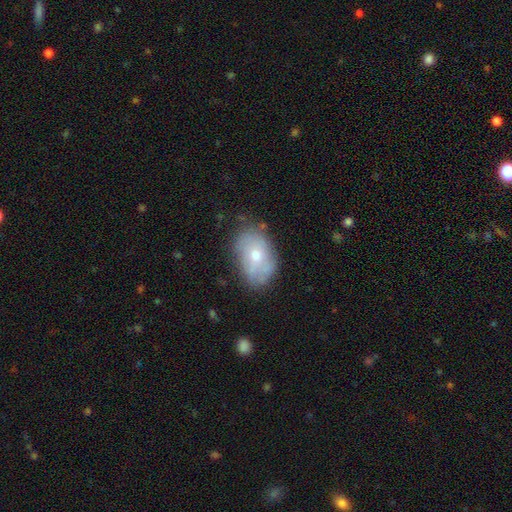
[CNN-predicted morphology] smooth-or-featured: smooth: 56% | featured or disk: 36% | star or artifact: 8%
  how-rounded: in between: 84% | round: 15% | cigar-shaped: 1%
  merging: none: 64% | minor disturbance: 26% | major disturbance: 8% | merger: 3%